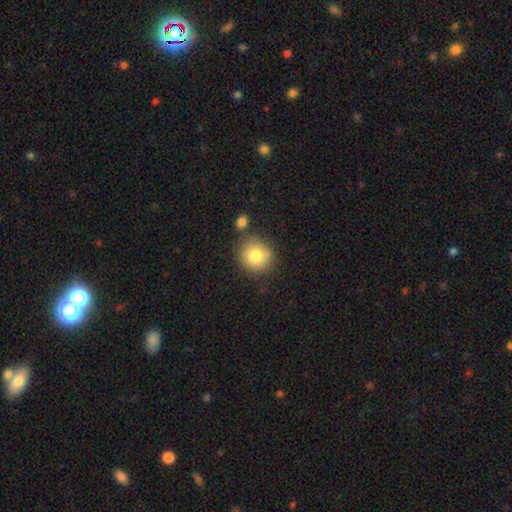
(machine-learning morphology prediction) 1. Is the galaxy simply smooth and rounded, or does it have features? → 82% smooth, 9% featured or disk, 9% star or artifact.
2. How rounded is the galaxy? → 91% round, 8% in between, 1% cigar-shaped.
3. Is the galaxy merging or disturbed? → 73% none, 12% minor disturbance, 11% merger, 4% major disturbance.